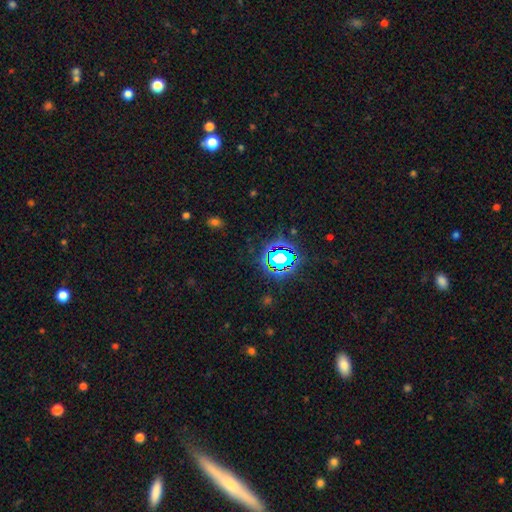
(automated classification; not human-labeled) Morphology: type=star or artifact (77%).